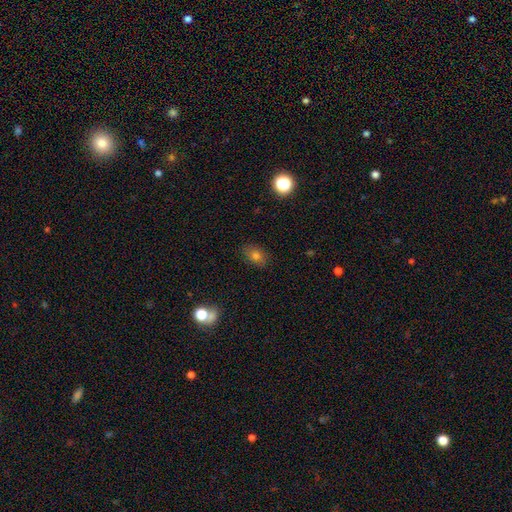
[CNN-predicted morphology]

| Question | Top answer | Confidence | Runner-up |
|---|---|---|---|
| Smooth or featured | smooth | 75% | star or artifact (15%) |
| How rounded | in between | 74% | round (25%) |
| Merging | none | 84% | minor disturbance (11%) |